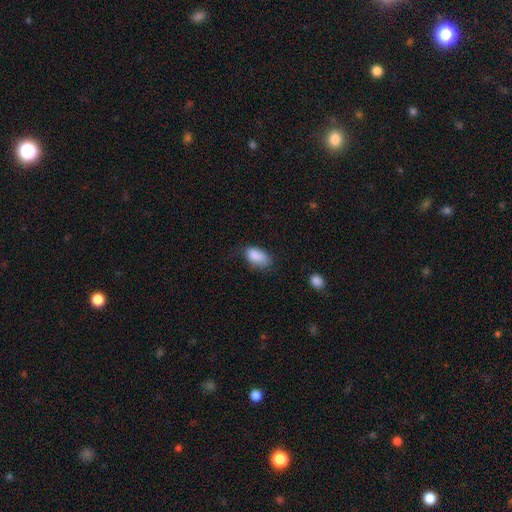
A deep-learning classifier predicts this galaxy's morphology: This appears to be a smooth galaxy with no disk features (86%) that is in between round and cigar-shaped (91%). Merging: none (53%).